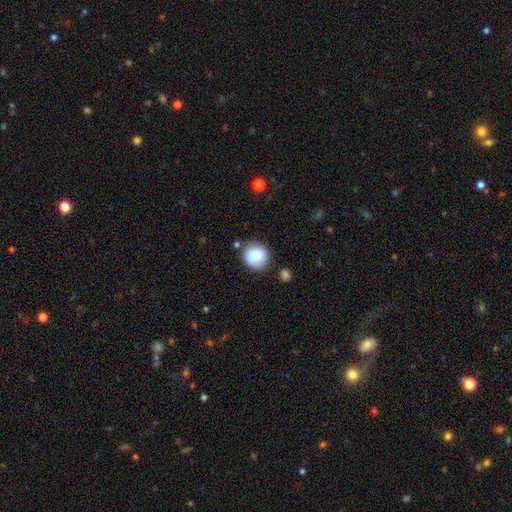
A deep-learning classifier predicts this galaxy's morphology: Smooth or featured? smooth (81%)
How rounded? round (88%)
Merging? none (77%)